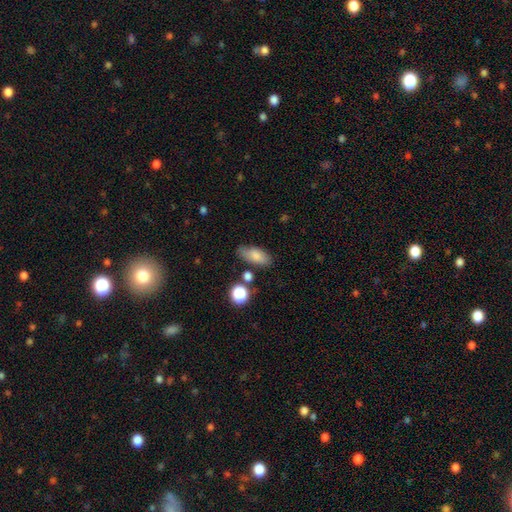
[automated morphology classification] Smooth or featured?
  - smooth: 80% *
  - featured or disk: 11%
  - star or artifact: 9%
How rounded?
  - in between: 85% *
  - cigar-shaped: 10%
  - round: 5%
Merging?
  - none: 71% *
  - minor disturbance: 18%
  - merger: 6%
  - major disturbance: 5%